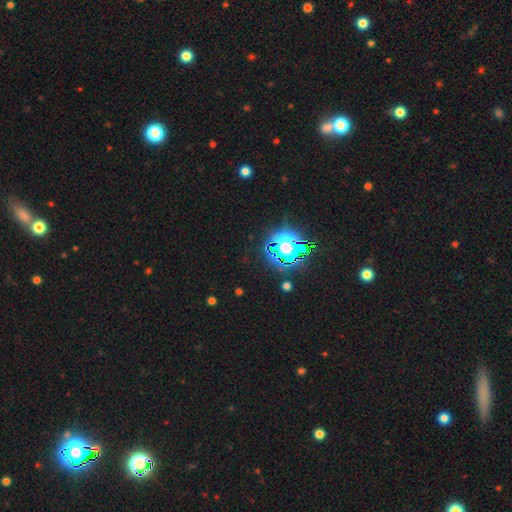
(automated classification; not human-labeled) Overall: star or artifact (83%).